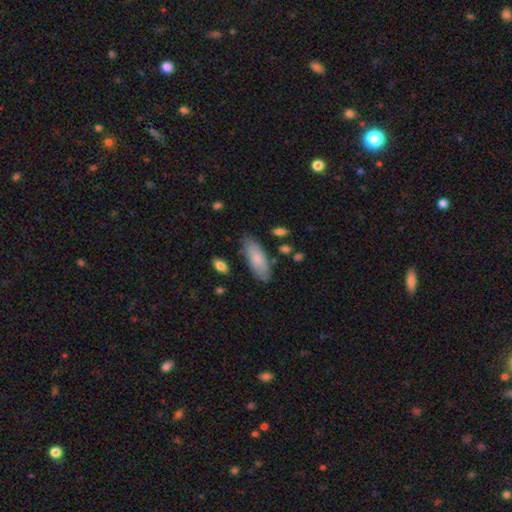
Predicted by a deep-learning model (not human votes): The model was most divided on "how rounded": in between: 74%, cigar-shaped: 24%, round: 2%. More confident: merging — none (81%); smooth or featured — smooth (81%).